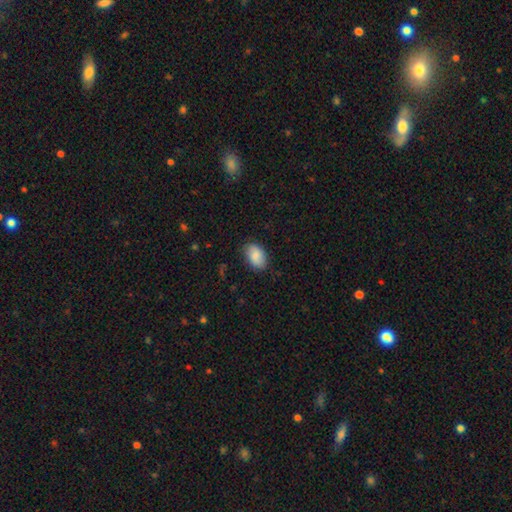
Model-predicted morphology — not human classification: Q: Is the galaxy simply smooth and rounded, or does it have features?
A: smooth — 84%.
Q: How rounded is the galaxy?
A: in between — 89%.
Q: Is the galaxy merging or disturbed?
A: none — 81%.